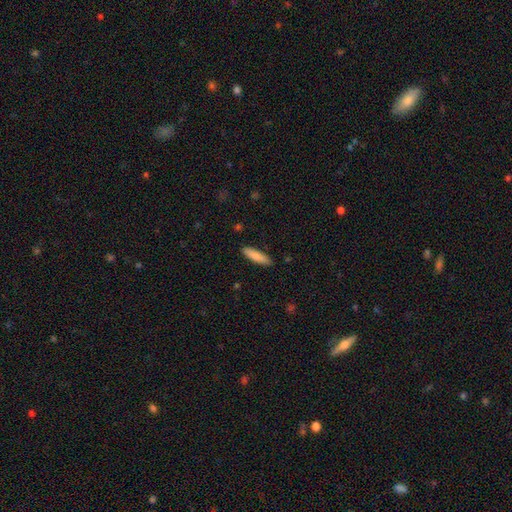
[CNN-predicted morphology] Smooth or featured?
  - smooth: 83% *
  - featured or disk: 12%
  - star or artifact: 6%
How rounded?
  - cigar-shaped: 75% *
  - in between: 24%
  - round: 1%
Merging?
  - none: 88% *
  - minor disturbance: 9%
  - major disturbance: 2%
  - merger: 1%